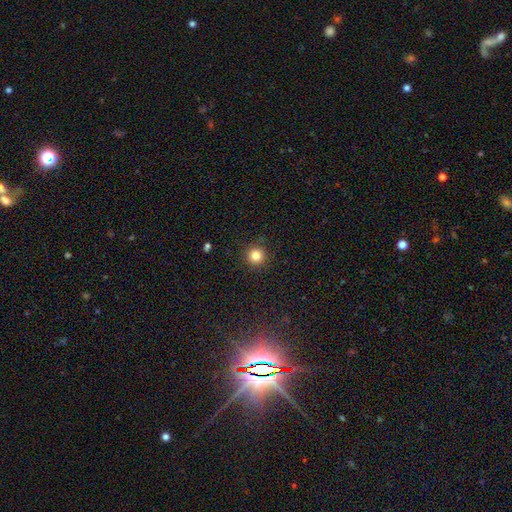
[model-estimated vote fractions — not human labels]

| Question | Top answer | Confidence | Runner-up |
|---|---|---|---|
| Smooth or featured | smooth | 83% | star or artifact (12%) |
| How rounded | round | 95% | in between (4%) |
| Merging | none | 91% | minor disturbance (6%) |